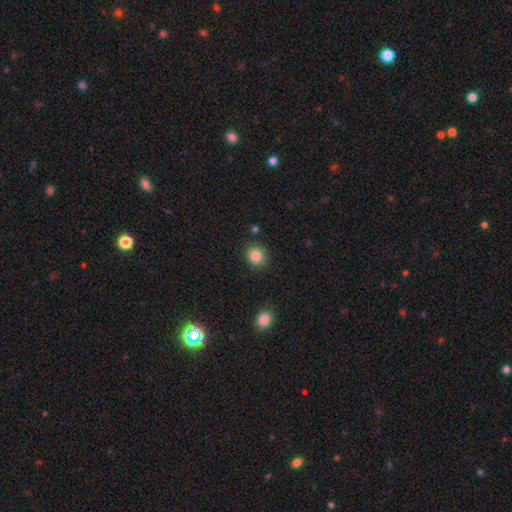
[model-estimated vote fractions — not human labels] Smooth or featured?
  - smooth: 85% *
  - star or artifact: 10%
  - featured or disk: 5%
How rounded?
  - round: 77% *
  - in between: 22%
  - cigar-shaped: 1%
Merging?
  - none: 87% *
  - minor disturbance: 8%
  - merger: 2%
  - major disturbance: 2%